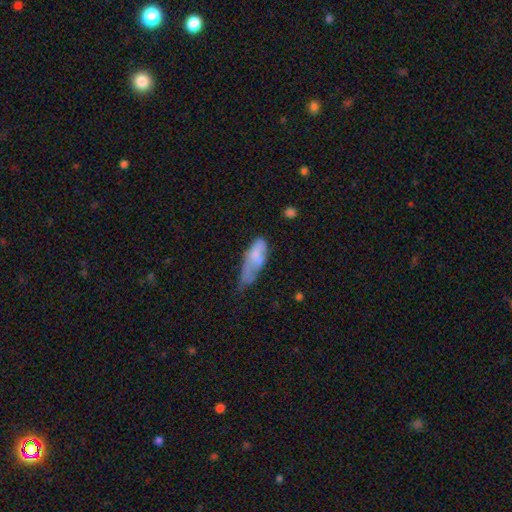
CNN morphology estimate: Smooth or featured? smooth (65%)
How rounded? in between (68%)
Merging? minor disturbance (36%)